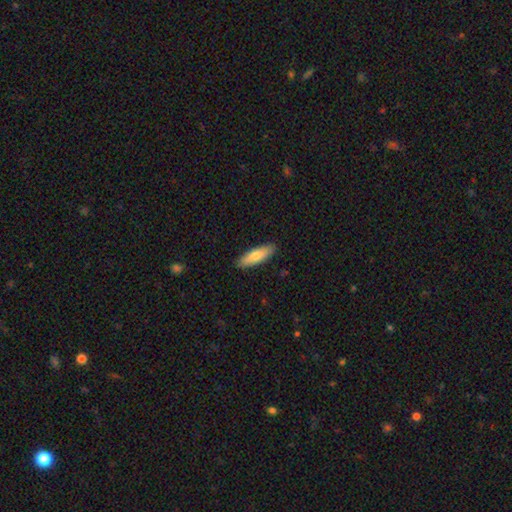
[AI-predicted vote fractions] smooth_or_featured: smooth (p=0.78) [alt: featured or disk p=0.17]
how_rounded: cigar-shaped (p=0.53) [alt: in between p=0.46]
merging: none (p=0.89) [alt: minor disturbance p=0.08]